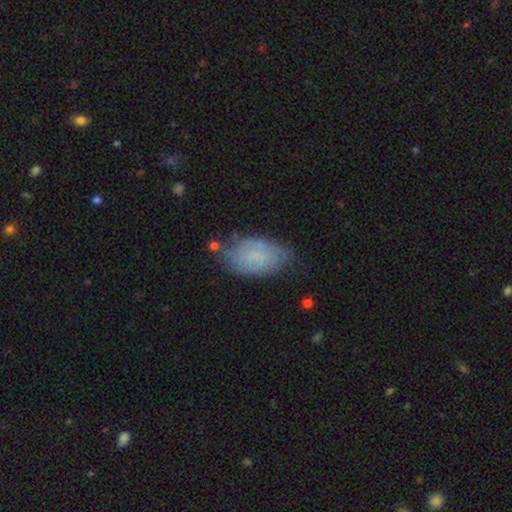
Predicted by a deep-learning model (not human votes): smooth-or-featured: smooth: 68% | featured or disk: 24% | star or artifact: 8%
  how-rounded: in between: 94% | round: 4% | cigar-shaped: 2%
  merging: none: 60% | minor disturbance: 28% | major disturbance: 7% | merger: 4%